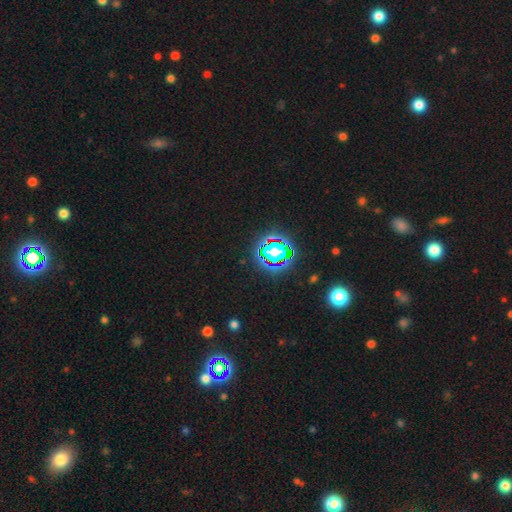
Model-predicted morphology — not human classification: Smooth or featured?
  - star or artifact: 79% *
  - smooth: 14%
  - featured or disk: 7%